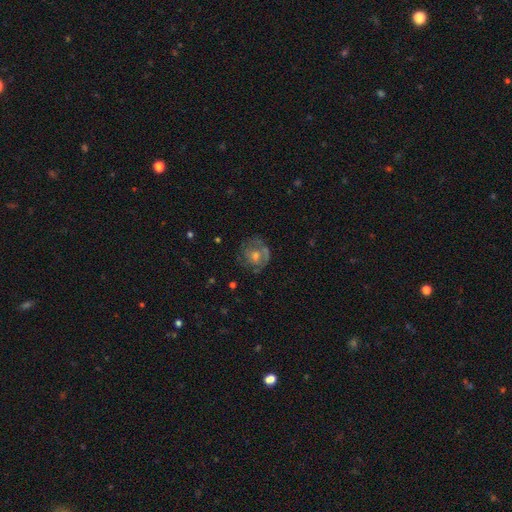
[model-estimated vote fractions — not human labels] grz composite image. It shows a featured or disk galaxy (63%) with no bar (75%), spiral arms (68%) and a moderate central bulge (58%). Merging: none (69%).